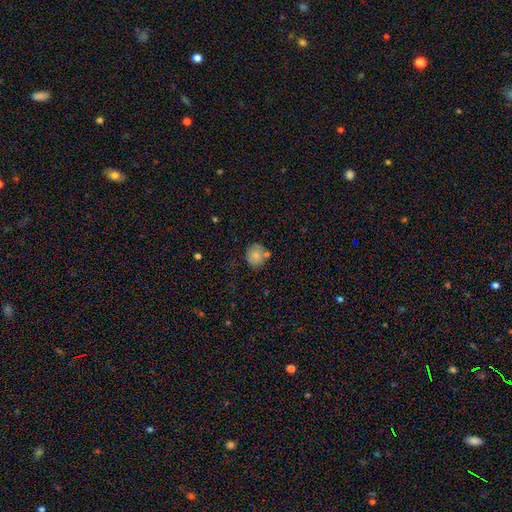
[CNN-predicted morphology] A smooth galaxy with no disk features (76%) that is round (81%).

Vote fractions:
- Smooth or featured? smooth: 76% / featured or disk: 15% / star or artifact: 9%
- How rounded? round: 81% / in between: 18% / cigar-shaped: 1%
- Merging? none: 65% / minor disturbance: 18% / merger: 13% / major disturbance: 5%